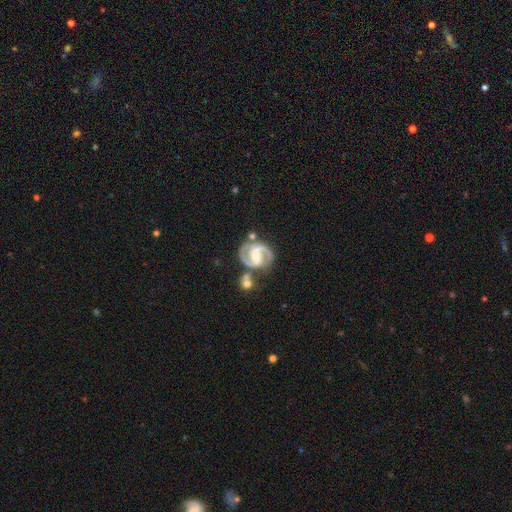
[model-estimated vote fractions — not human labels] Smooth or featured?
  - featured or disk: 92% *
  - star or artifact: 4%
  - smooth: 4%
Edge-on disk?
  - no: 98% *
  - yes: 2%
Bar?
  - strong: 45% *
  - weak: 40%
  - no: 16%
Spiral arms?
  - yes: 98% *
  - no: 2%
Spiral winding?
  - medium: 60% *
  - tight: 31%
  - loose: 9%
Spiral arm count?
  - 2: 94% *
  - can't tell: 2%
  - 3: 1%
  - 1: 1%
  - 4: 1%
  - more than 4: 1%
Bulge size?
  - moderate: 54% *
  - small: 40%
  - large: 3%
  - none: 2%
  - dominant: 1%
Merging?
  - none: 69% *
  - minor disturbance: 15%
  - merger: 11%
  - major disturbance: 5%